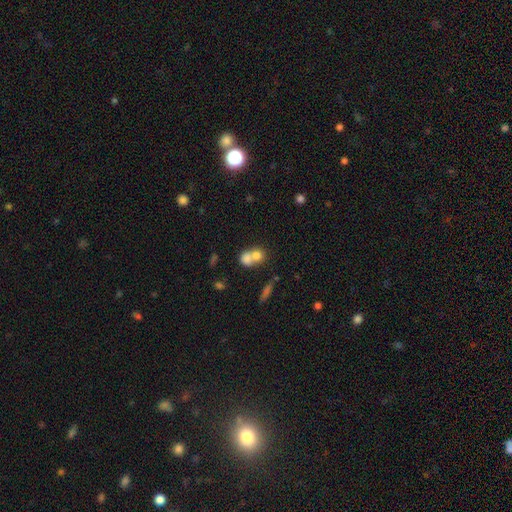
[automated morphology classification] smooth_or_featured: smooth (p=0.74) [alt: featured or disk p=0.16]
how_rounded: round (p=0.65) [alt: in between p=0.33]
merging: merger (p=0.64) [alt: none p=0.26]